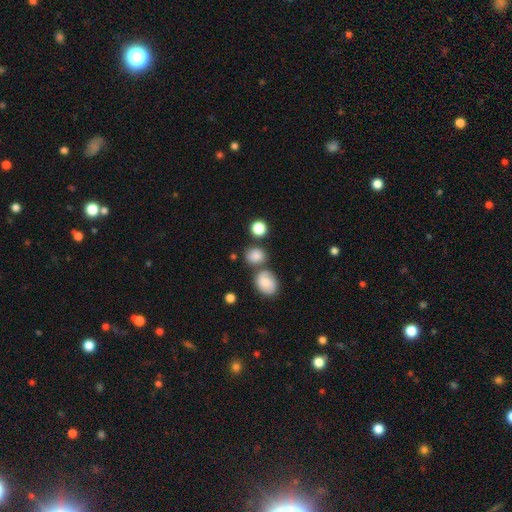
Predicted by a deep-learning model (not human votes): smooth 79%, featured or disk 10%, star or artifact 10%. Down the decision tree: how rounded — round (70%); merging — none (60%).